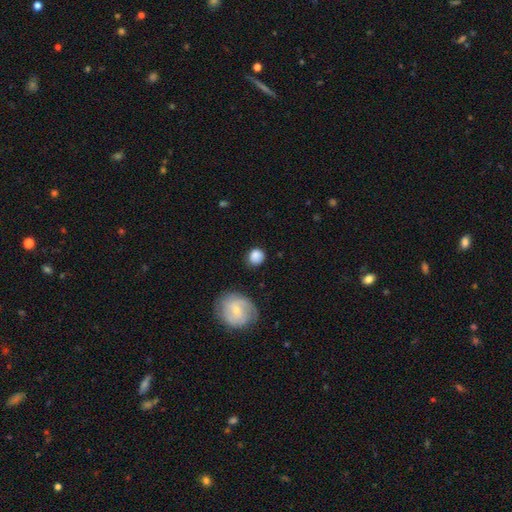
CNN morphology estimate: Overall: smooth (81%). How rounded: round (81%). Merging: none (79%).